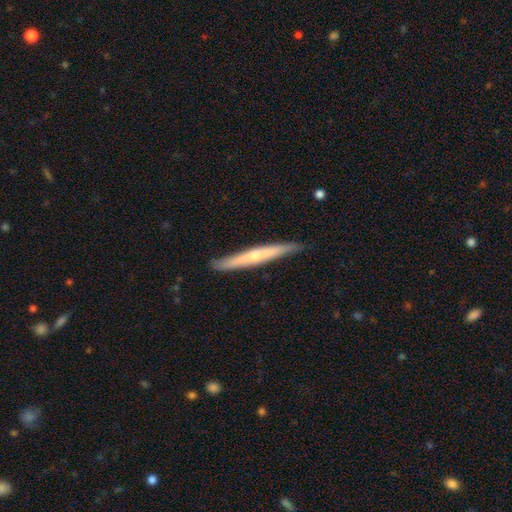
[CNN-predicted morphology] smooth_or_featured: featured or disk (p=0.55) [alt: smooth p=0.40]
disk_edge_on: yes (p=0.94) [alt: no p=0.06]
edge_on_bulge: rounded (p=0.63) [alt: none p=0.34]
merging: none (p=0.86) [alt: minor disturbance p=0.11]